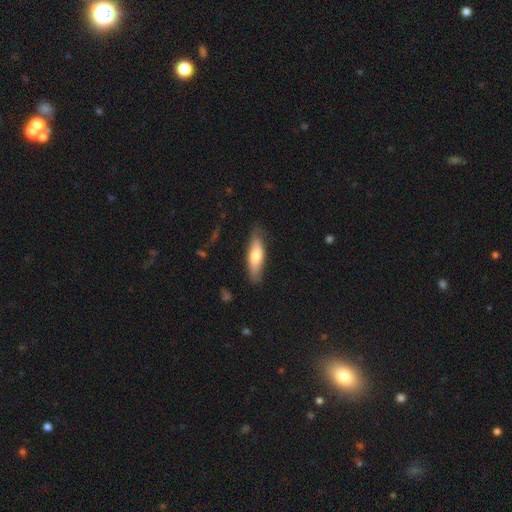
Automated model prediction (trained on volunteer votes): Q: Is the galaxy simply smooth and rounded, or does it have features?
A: smooth — 69%.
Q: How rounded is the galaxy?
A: cigar-shaped — 57%.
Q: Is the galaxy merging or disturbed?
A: none — 80%.